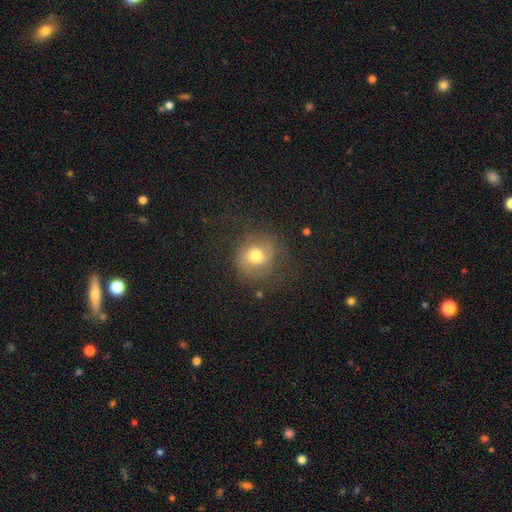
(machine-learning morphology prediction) smooth-or-featured: smooth: 69% | featured or disk: 19% | star or artifact: 12%
  how-rounded: round: 85% | in between: 14% | cigar-shaped: 1%
  merging: none: 68% | minor disturbance: 17% | major disturbance: 13% | merger: 2%